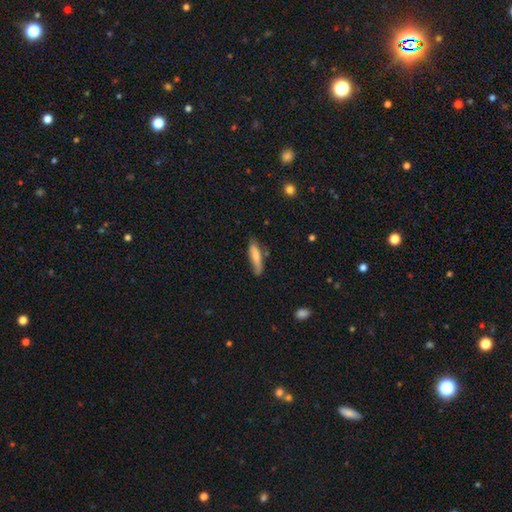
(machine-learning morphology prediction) A smooth galaxy with no disk features (76%) that is cigar-shaped (70%).

Vote fractions:
- Smooth or featured? smooth: 76% / featured or disk: 18% / star or artifact: 6%
- How rounded? cigar-shaped: 70% / in between: 28% / round: 2%
- Merging? none: 69% / minor disturbance: 23% / major disturbance: 5% / merger: 4%